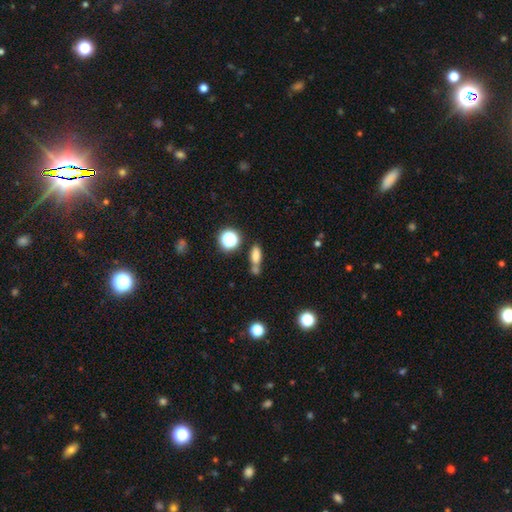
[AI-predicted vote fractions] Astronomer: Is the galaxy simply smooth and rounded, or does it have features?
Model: smooth — 74%.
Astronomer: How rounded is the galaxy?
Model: in between — 65%.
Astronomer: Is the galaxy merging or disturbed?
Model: none — 46% (runner-up: merger, 35%).